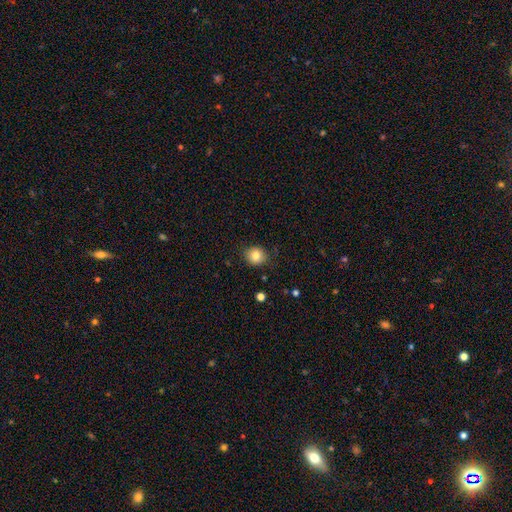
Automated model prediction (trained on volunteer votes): A smooth galaxy with no disk features (82%) that is round (82%). Merging: none (85%).